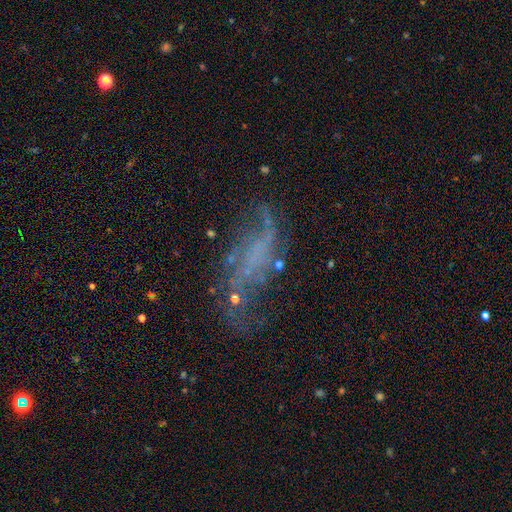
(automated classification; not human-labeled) The model was most divided on "spiral arms": yes: 54%, no: 46%. Remaining: edge-on disk — no (88%); bulge size — none (80%); bar — no (67%); smooth or featured — featured or disk (61%); merging — none (43%).